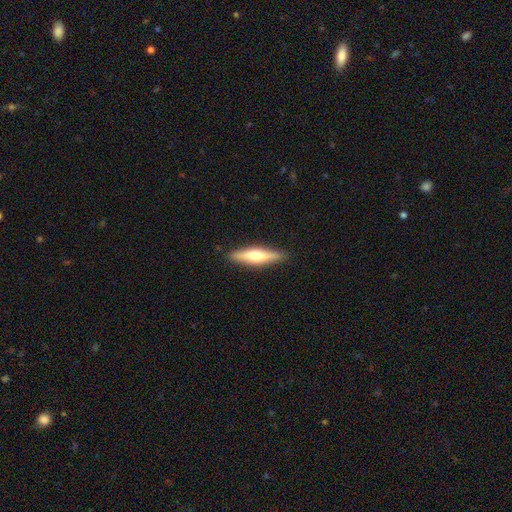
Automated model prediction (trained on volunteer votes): smooth-or-featured: featured or disk: 52% | smooth: 43% | star or artifact: 6%
  disk-edge-on: yes: 94% | no: 6%
  merging: none: 89% | minor disturbance: 8% | major disturbance: 2% | merger: 1%